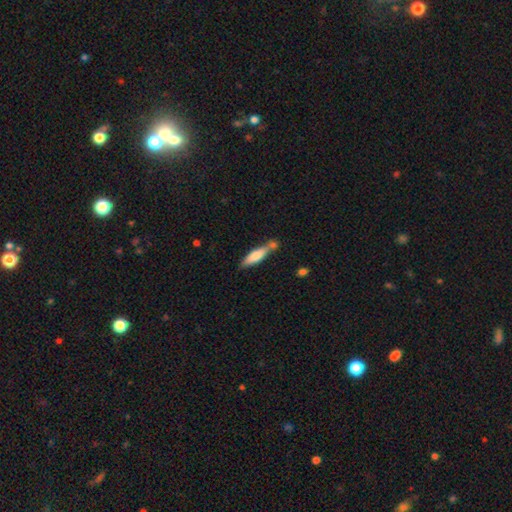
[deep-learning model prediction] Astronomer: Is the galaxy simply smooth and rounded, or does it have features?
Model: smooth — 67%.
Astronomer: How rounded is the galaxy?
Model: cigar-shaped — 64%.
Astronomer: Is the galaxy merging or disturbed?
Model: none — 51% (runner-up: merger, 28%).